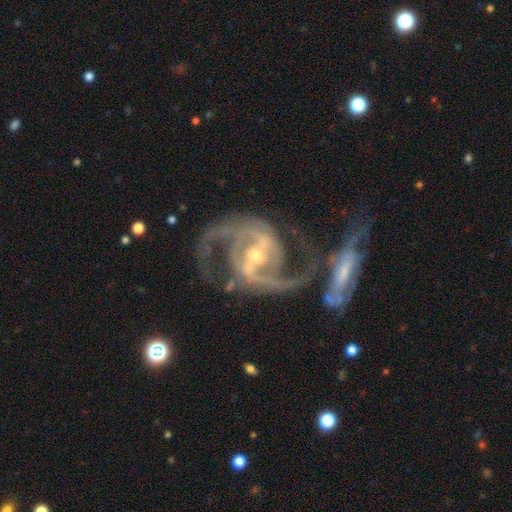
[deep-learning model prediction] The model was most divided on "merging": none: 38%, merger: 34%, minor disturbance: 15%, major disturbance: 13%. Remaining: spiral arms — yes (98%); edge-on disk — no (98%); smooth or featured — featured or disk (93%); spiral arm count — 2 (88%); bulge size — small (64%); spiral winding — medium (60%); bar — strong (48%).